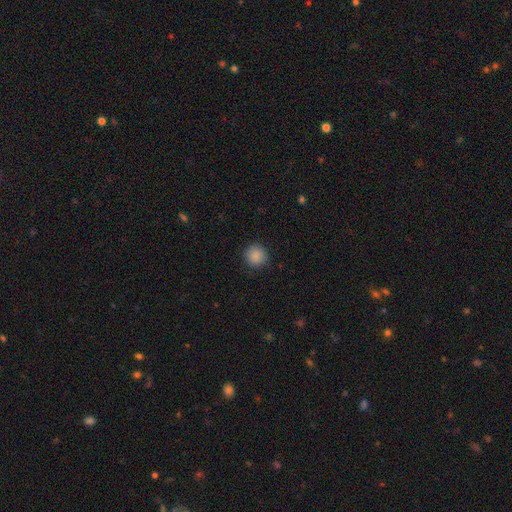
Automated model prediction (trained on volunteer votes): Overall: smooth (87%). How rounded: round (94%). Merging: none (89%).